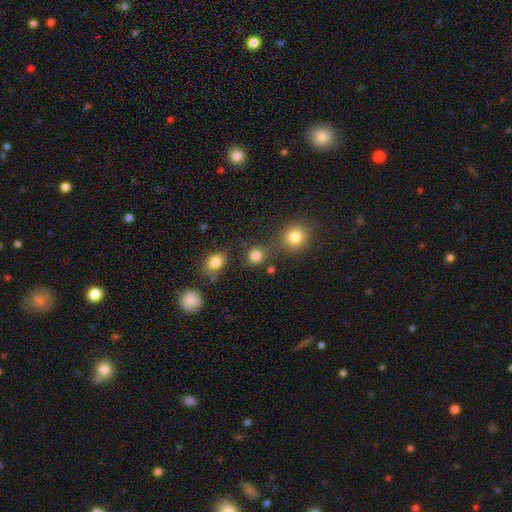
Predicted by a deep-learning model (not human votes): smooth-or-featured: smooth: 83% | star or artifact: 13% | featured or disk: 5%
  how-rounded: round: 85% | in between: 14% | cigar-shaped: 1%
  merging: none: 75% | merger: 11% | minor disturbance: 10% | major disturbance: 4%